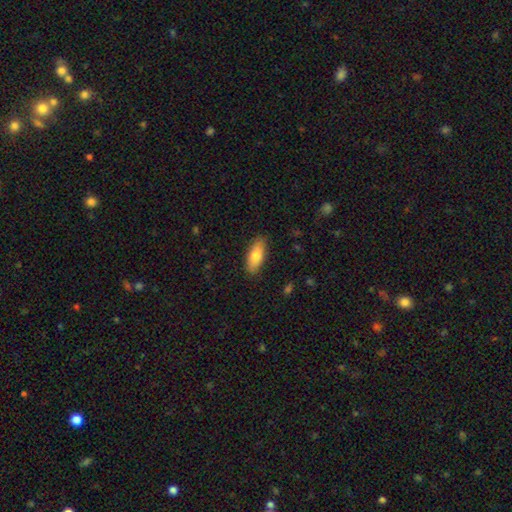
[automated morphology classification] Smooth or featured? smooth (78%)
How rounded? in between (74%)
Merging? none (87%)